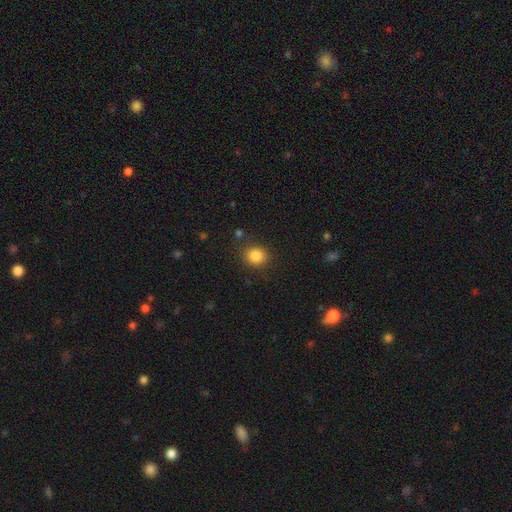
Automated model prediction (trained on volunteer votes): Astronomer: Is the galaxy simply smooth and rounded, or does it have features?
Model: smooth — 84%.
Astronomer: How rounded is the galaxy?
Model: round — 82%.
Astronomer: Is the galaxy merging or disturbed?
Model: none — 85%.